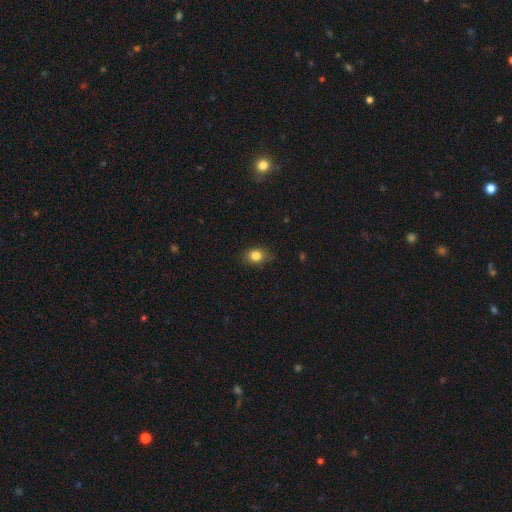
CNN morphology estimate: Smooth or featured?
  - smooth: 83% *
  - star or artifact: 10%
  - featured or disk: 7%
How rounded?
  - in between: 60% *
  - round: 39%
  - cigar-shaped: 1%
Merging?
  - none: 78% *
  - minor disturbance: 18%
  - major disturbance: 3%
  - merger: 1%